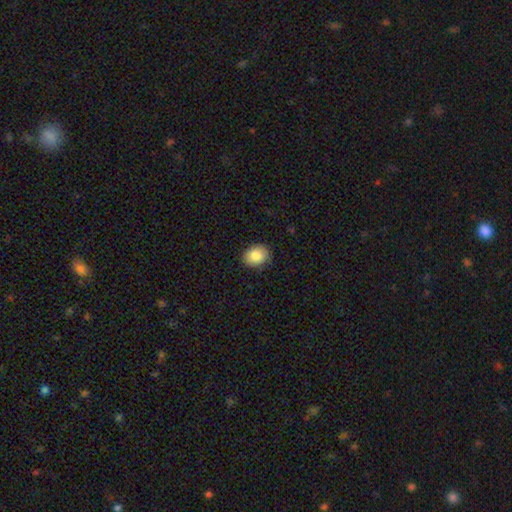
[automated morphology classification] A smooth galaxy with no disk features (86%) that is in between round and cigar-shaped (55%). Merging: none (86%).